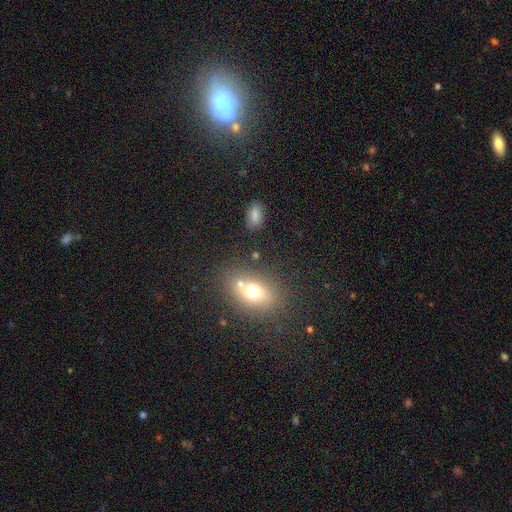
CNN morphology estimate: type=smooth (65%); roundness=in between (66%); merging=none (62%).